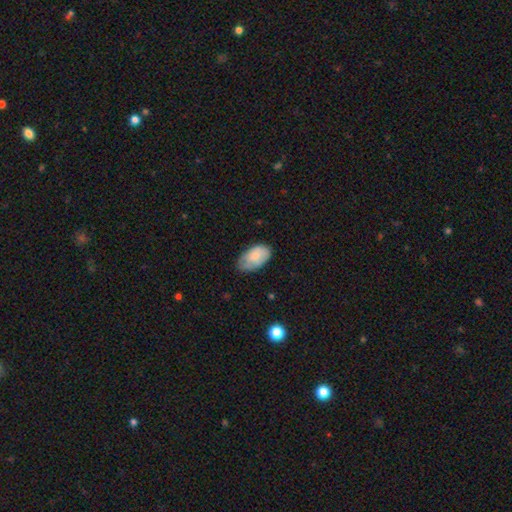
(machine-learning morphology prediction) smooth 79%, featured or disk 15%, star or artifact 6%. Down the decision tree: how rounded — in between (94%); merging — none (66%).